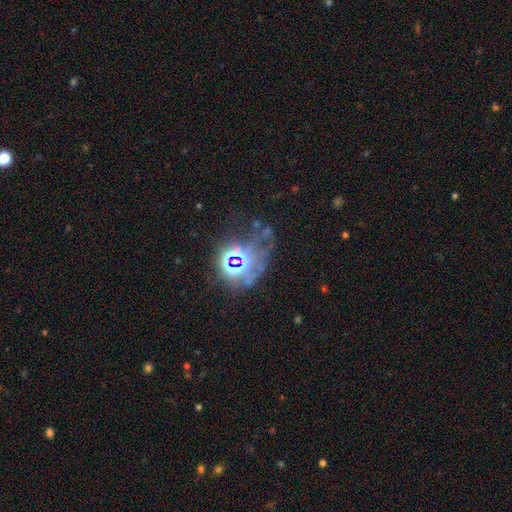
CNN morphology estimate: This appears to be a star or artifact, not a galaxy (49%).